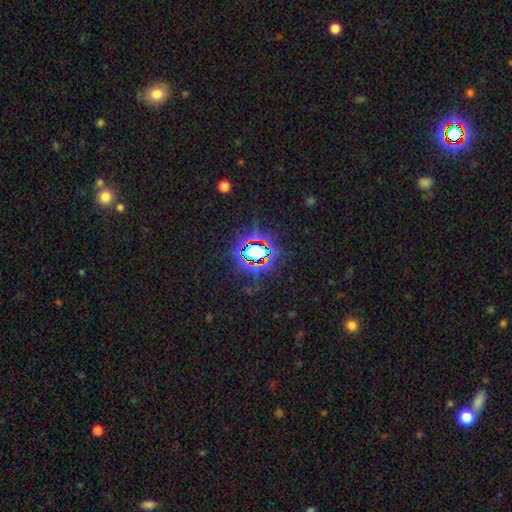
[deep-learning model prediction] The model was most divided on "smooth or featured": star or artifact: 76%, smooth: 14%, featured or disk: 10%.